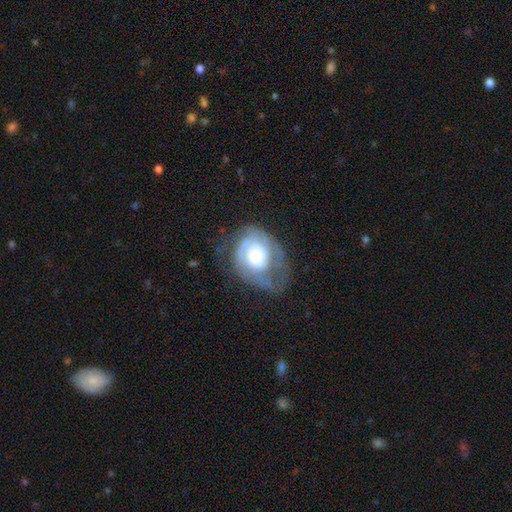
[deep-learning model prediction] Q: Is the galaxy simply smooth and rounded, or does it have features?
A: featured or disk — 71%.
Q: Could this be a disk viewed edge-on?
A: no — 97%.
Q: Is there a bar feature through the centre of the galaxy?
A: no — 75%.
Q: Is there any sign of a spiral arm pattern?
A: yes — 85%.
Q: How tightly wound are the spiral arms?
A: tight — 53%.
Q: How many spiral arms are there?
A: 2 — 41%.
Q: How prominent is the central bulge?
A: moderate — 40%.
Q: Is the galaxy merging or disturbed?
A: none — 47%.